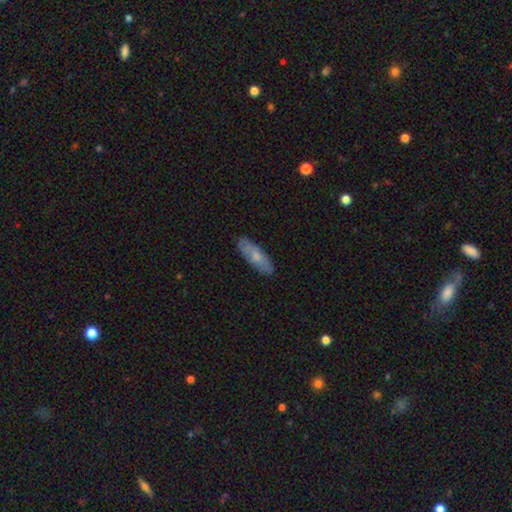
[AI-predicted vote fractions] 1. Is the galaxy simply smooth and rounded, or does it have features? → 64% smooth, 30% featured or disk, 6% star or artifact.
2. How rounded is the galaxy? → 59% in between, 39% cigar-shaped, 2% round.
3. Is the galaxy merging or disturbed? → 85% none, 12% minor disturbance, 2% major disturbance, 1% merger.